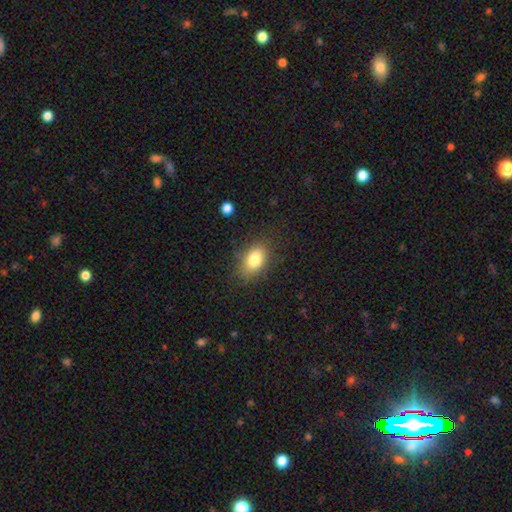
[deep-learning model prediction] A smooth galaxy with no disk features (81%) that is in between round and cigar-shaped (83%).

Vote fractions:
- Smooth or featured? smooth: 81% / star or artifact: 10% / featured or disk: 9%
- How rounded? in between: 83% / round: 15% / cigar-shaped: 2%
- Merging? none: 83% / minor disturbance: 13% / major disturbance: 3% / merger: 1%